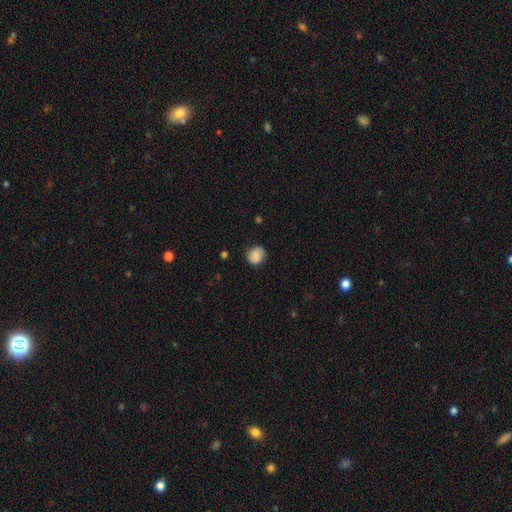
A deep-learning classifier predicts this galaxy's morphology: This appears to be a smooth galaxy with no disk features (77%) that is round (79%). Merging: none (75%).